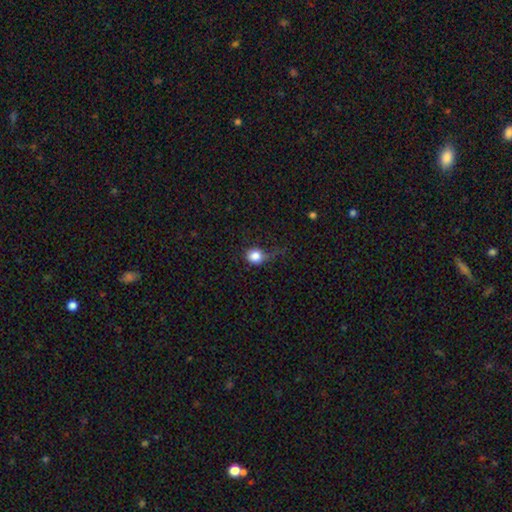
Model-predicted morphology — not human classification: smooth_or_featured: smooth (p=0.83) [alt: star or artifact p=0.10]
how_rounded: round (p=0.81) [alt: in between p=0.18]
merging: none (p=0.41) [alt: minor disturbance p=0.33]